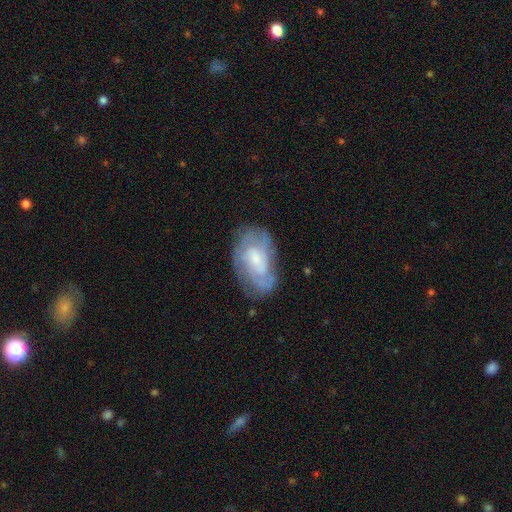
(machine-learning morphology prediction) Smooth or featured?
  - featured or disk: 60% *
  - smooth: 29%
  - star or artifact: 11%
Edge-on disk?
  - no: 95% *
  - yes: 5%
Bar?
  - no: 56% *
  - weak: 36%
  - strong: 8%
Spiral arms?
  - yes: 80% *
  - no: 20%
Bulge size?
  - moderate: 48% *
  - small: 31%
  - large: 10%
  - none: 9%
  - dominant: 2%
Merging?
  - none: 71% *
  - minor disturbance: 20%
  - major disturbance: 7%
  - merger: 2%